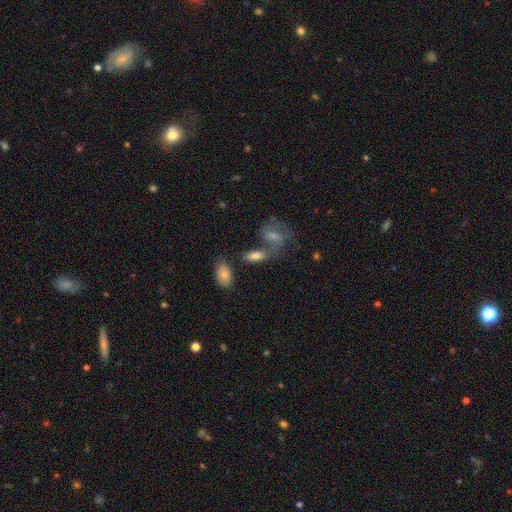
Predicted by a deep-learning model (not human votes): Overall: smooth (66%). How rounded: in between (82%). Merging: none (46%; merger 31%).